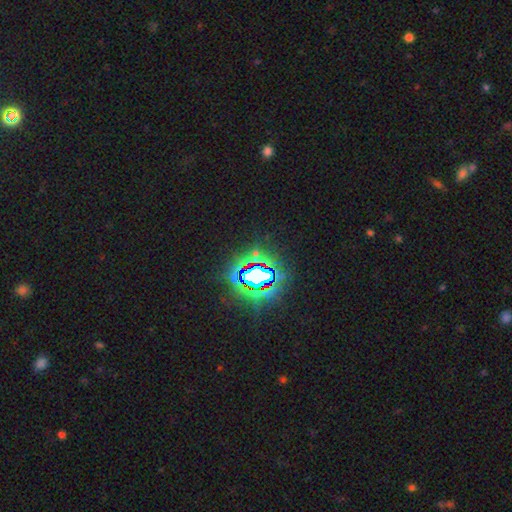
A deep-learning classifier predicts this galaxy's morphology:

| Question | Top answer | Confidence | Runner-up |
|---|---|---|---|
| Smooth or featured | star or artifact | 80% | smooth (11%) |